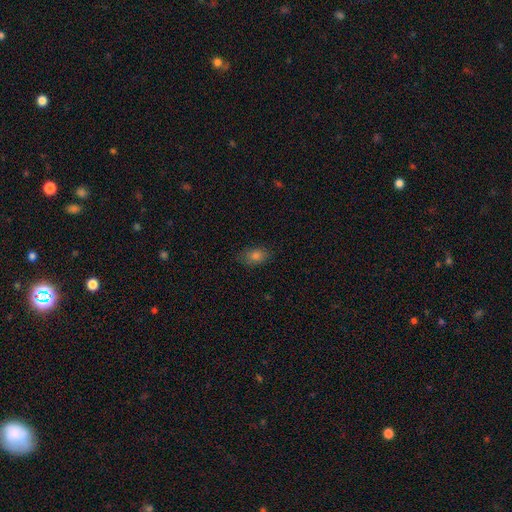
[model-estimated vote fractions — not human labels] smooth 78%, star or artifact 14%, featured or disk 8%. Down the decision tree: how rounded — in between (78%); merging — none (82%).